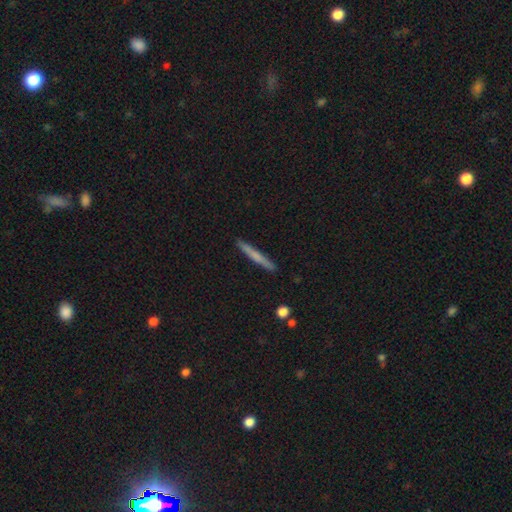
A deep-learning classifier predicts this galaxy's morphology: This appears to be a smooth galaxy with no disk features (60%) that is cigar-shaped (96%). Merging: none (91%).